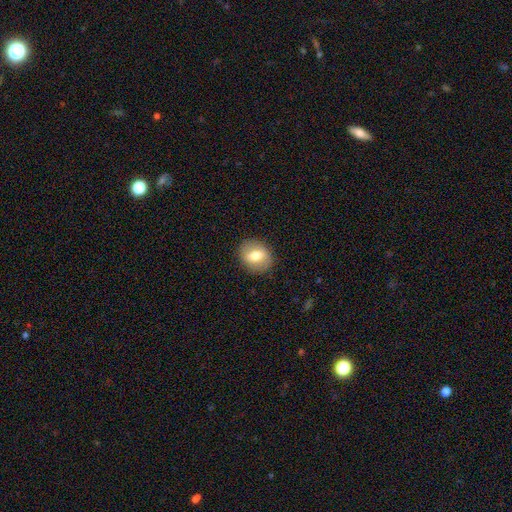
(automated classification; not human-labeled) Overall: smooth (67%). How rounded: round (60%; in between 39%). Merging: none (87%).